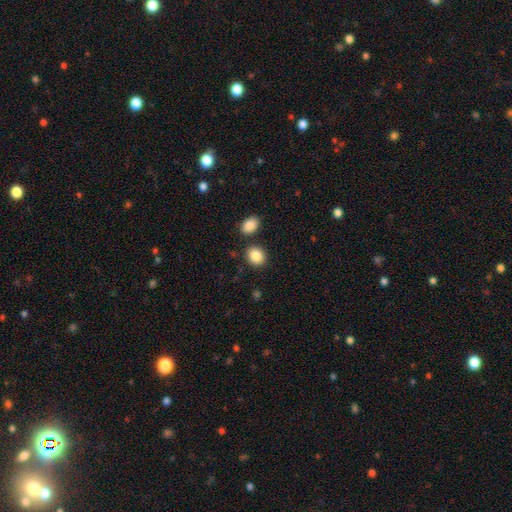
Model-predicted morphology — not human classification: smooth_or_featured: smooth (p=0.87) [alt: star or artifact p=0.08]
how_rounded: round (p=0.56) [alt: in between p=0.43]
merging: none (p=0.81) [alt: merger p=0.08]